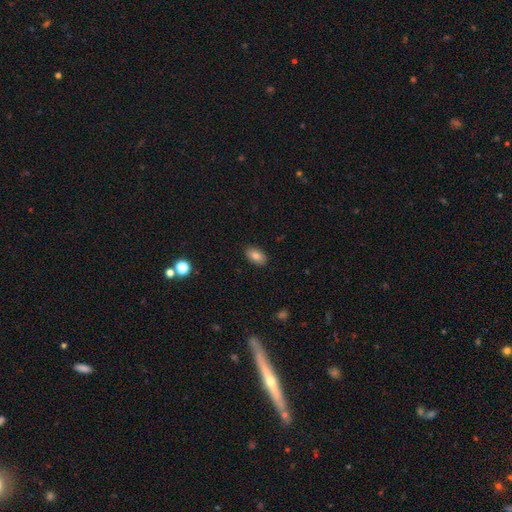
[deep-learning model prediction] Overall: smooth (82%). How rounded: in between (91%). Merging: none (88%).